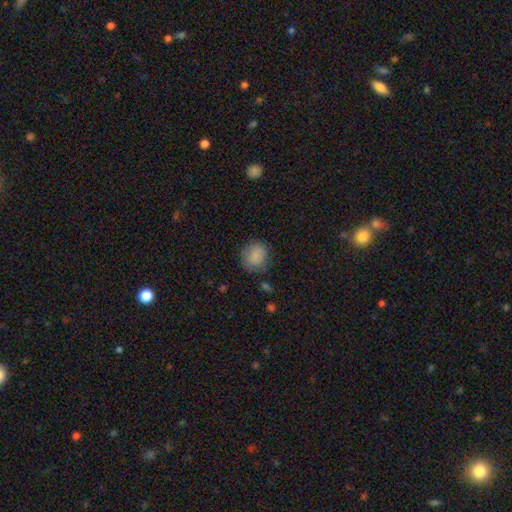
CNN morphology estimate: A smooth galaxy with no disk features (83%) that is round (71%).

Vote fractions:
- Smooth or featured? smooth: 83% / star or artifact: 9% / featured or disk: 8%
- How rounded? round: 71% / in between: 28% / cigar-shaped: 1%
- Merging? none: 72% / minor disturbance: 20% / major disturbance: 6% / merger: 2%